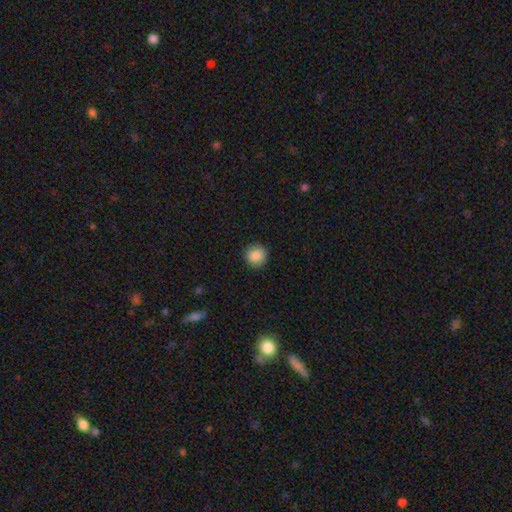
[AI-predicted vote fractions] Morphology: type=smooth (88%); roundness=round (92%); merging=none (90%).